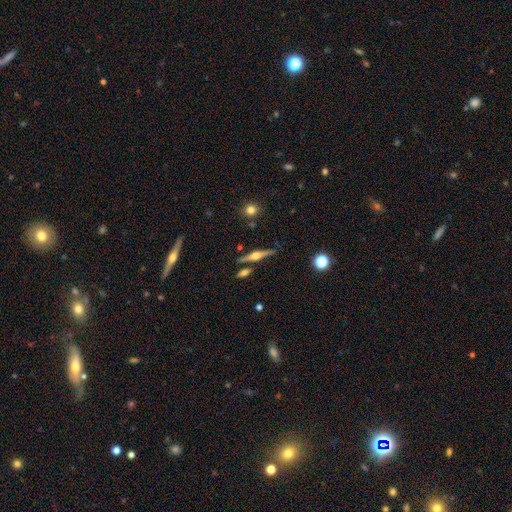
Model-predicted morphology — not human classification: Smooth or featured?
  - featured or disk: 76% *
  - smooth: 17%
  - star or artifact: 6%
Edge-on disk?
  - yes: 98% *
  - no: 2%
Edge-on bulge?
  - rounded: 92% *
  - boxy: 5%
  - none: 2%
Merging?
  - none: 81% *
  - minor disturbance: 9%
  - merger: 7%
  - major disturbance: 2%